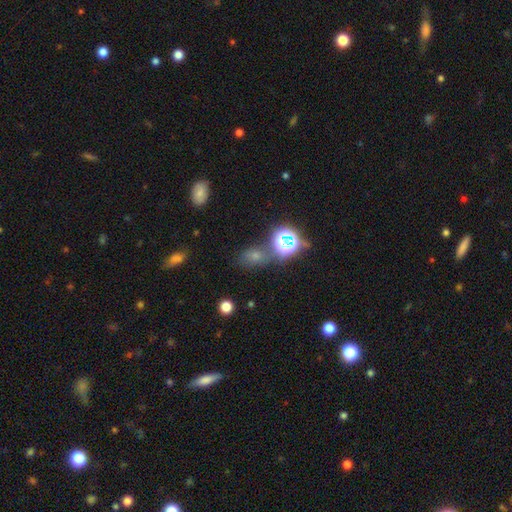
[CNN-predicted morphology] A smooth galaxy with no disk features (55%) that is in between round and cigar-shaped (68%).

Vote fractions:
- Smooth or featured? smooth: 55% / star or artifact: 35% / featured or disk: 11%
- How rounded? in between: 68% / round: 29% / cigar-shaped: 3%
- Merging? none: 61% / minor disturbance: 16% / merger: 14% / major disturbance: 8%